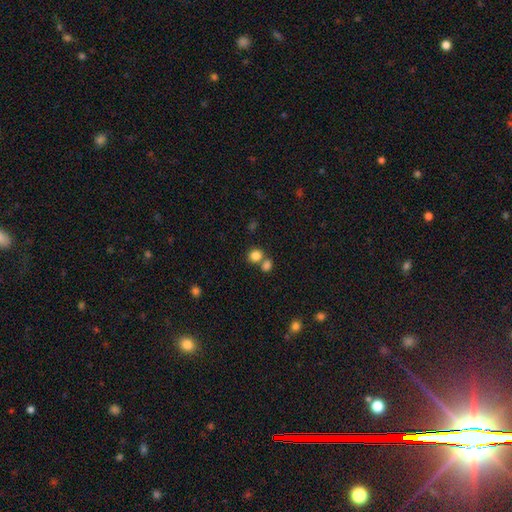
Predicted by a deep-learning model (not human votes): Q: Smooth or featured?
A: smooth (83%); runner-up: star or artifact (11%)
Q: How rounded?
A: round (76%); runner-up: in between (23%)
Q: Merging?
A: none (53%); runner-up: merger (36%)